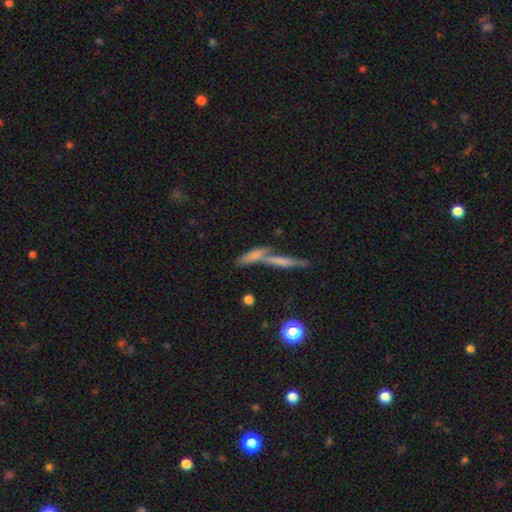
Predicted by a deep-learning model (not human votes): smooth_or_featured: smooth (p=0.62) [alt: featured or disk p=0.26]
how_rounded: cigar-shaped (p=0.71) [alt: in between p=0.25]
merging: merger (p=0.45) [alt: none p=0.41]